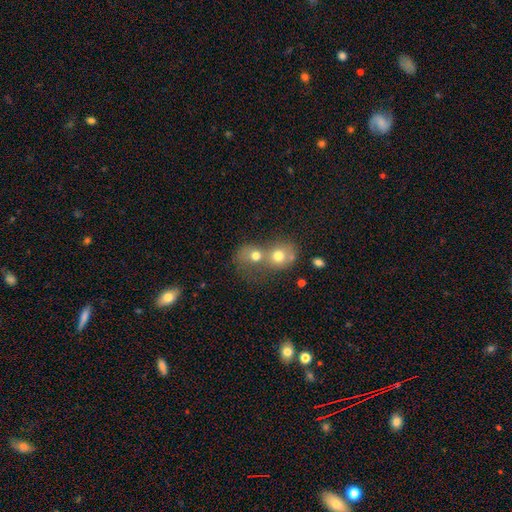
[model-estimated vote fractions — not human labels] Overall: smooth (68%). How rounded: round (69%; in between 30%). Merging: merger (71%).